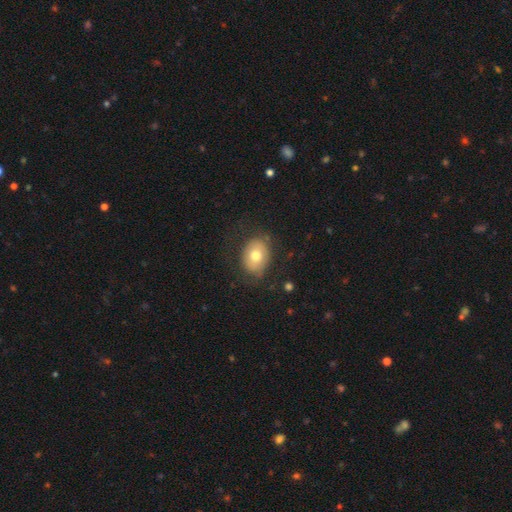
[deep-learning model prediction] Morphology: type=smooth (69%); roundness=in between (61%); merging=none (72%).